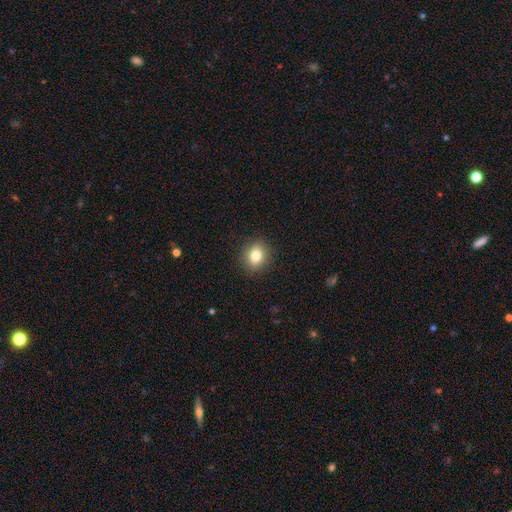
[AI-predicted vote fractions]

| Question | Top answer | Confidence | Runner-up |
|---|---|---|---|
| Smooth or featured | smooth | 82% | star or artifact (10%) |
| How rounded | round | 64% | in between (35%) |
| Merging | none | 90% | minor disturbance (7%) |